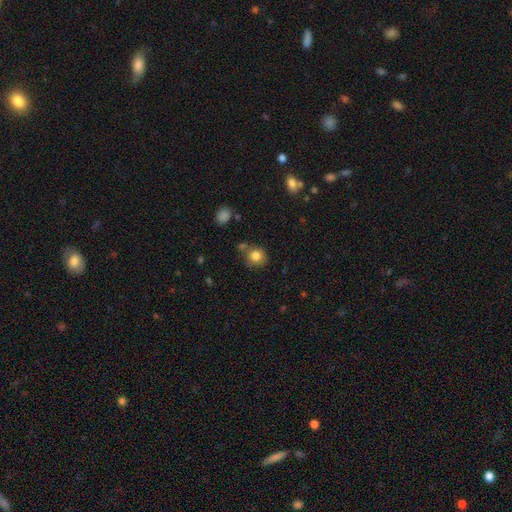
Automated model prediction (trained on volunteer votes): smooth-or-featured: smooth: 82% | star or artifact: 11% | featured or disk: 7%
  how-rounded: round: 86% | in between: 13% | cigar-shaped: 1%
  merging: none: 71% | minor disturbance: 14% | merger: 10% | major disturbance: 4%